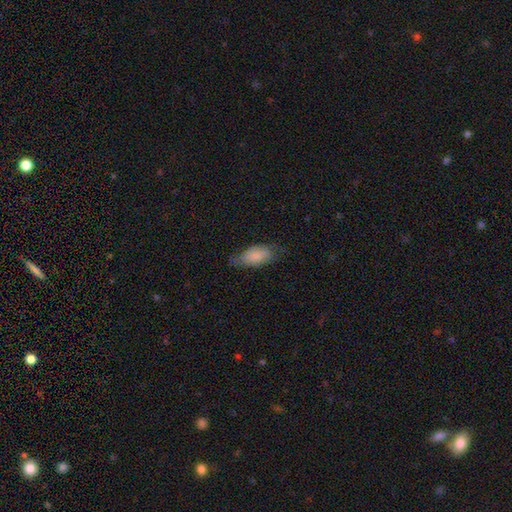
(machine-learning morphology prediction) Q: Smooth or featured?
A: smooth (78%); runner-up: featured or disk (15%)
Q: How rounded?
A: in between (87%); runner-up: cigar-shaped (10%)
Q: Merging?
A: none (51%); runner-up: minor disturbance (34%)